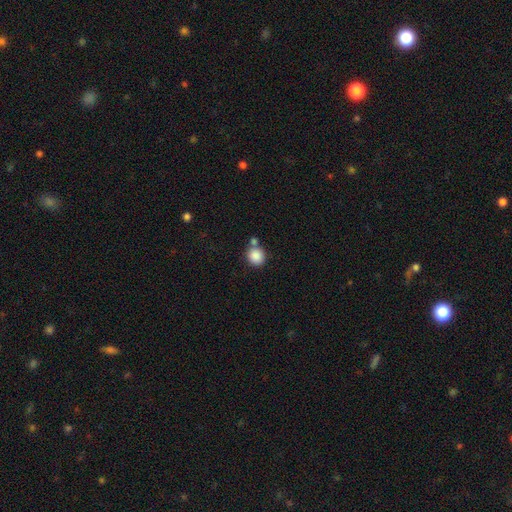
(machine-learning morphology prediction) This appears to be a smooth galaxy with no disk features (87%) that is round (86%). Merging: none (61%).